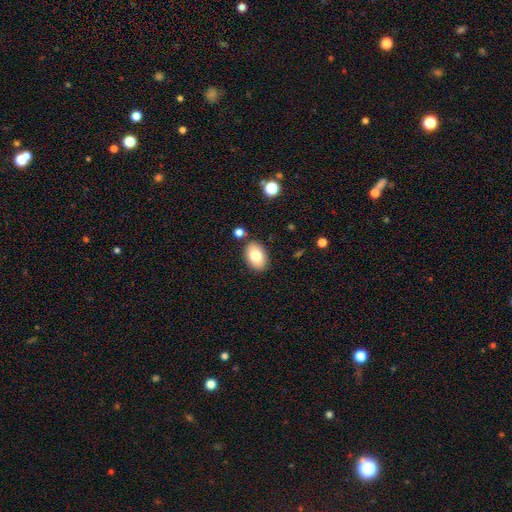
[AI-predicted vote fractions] The model was most divided on "smooth or featured": smooth: 79%, featured or disk: 13%, star or artifact: 8%. More confident: how rounded — in between (86%); merging — none (84%).